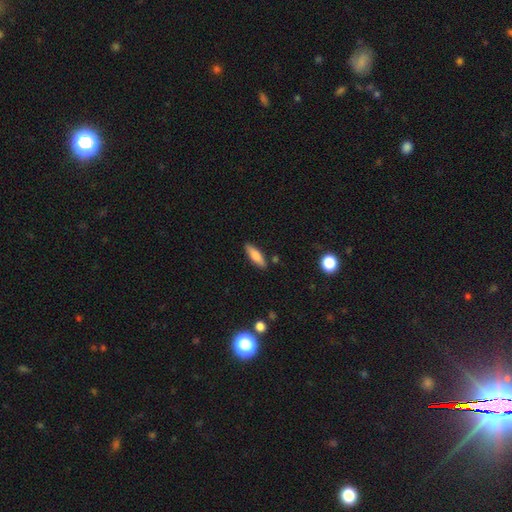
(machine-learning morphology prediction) Smooth or featured?
  - smooth: 76% *
  - featured or disk: 17%
  - star or artifact: 7%
How rounded?
  - cigar-shaped: 51% *
  - in between: 47%
  - round: 2%
Merging?
  - none: 85% *
  - minor disturbance: 11%
  - major disturbance: 2%
  - merger: 2%